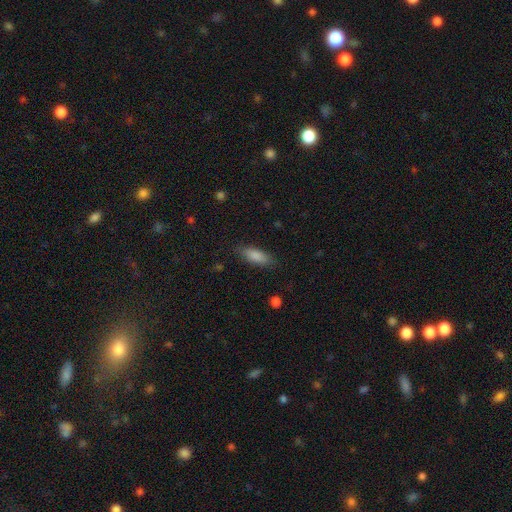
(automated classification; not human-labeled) smooth_or_featured: smooth (p=0.85) [alt: featured or disk p=0.08]
how_rounded: in between (p=0.67) [alt: cigar-shaped p=0.31]
merging: none (p=0.83) [alt: minor disturbance p=0.12]